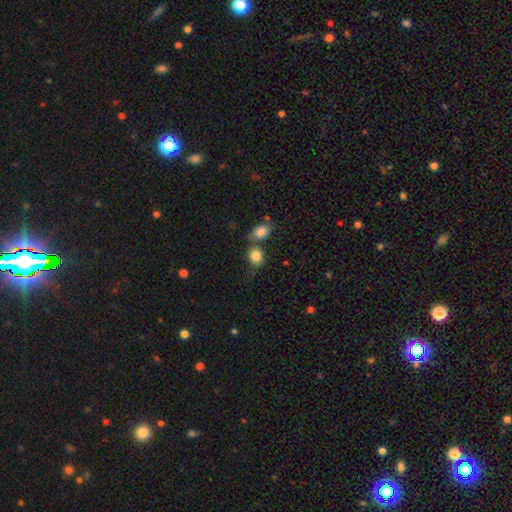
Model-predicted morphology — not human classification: smooth 84%, star or artifact 9%, featured or disk 7%. Down the decision tree: how rounded — round (60%); merging — none (50%).